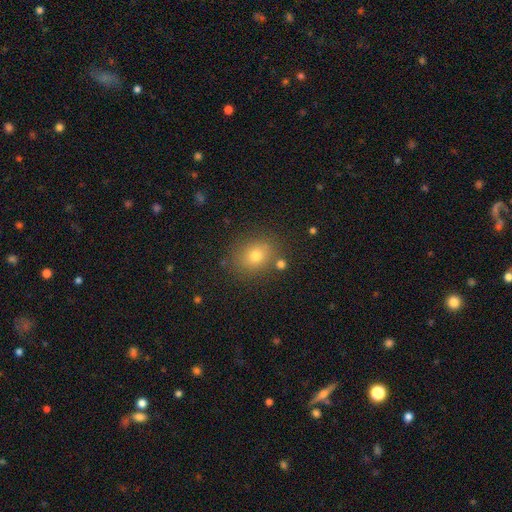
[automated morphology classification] smooth-or-featured: smooth: 72% | star or artifact: 16% | featured or disk: 12%
  how-rounded: round: 59% | in between: 40% | cigar-shaped: 1%
  merging: none: 81% | minor disturbance: 10% | merger: 5% | major disturbance: 3%